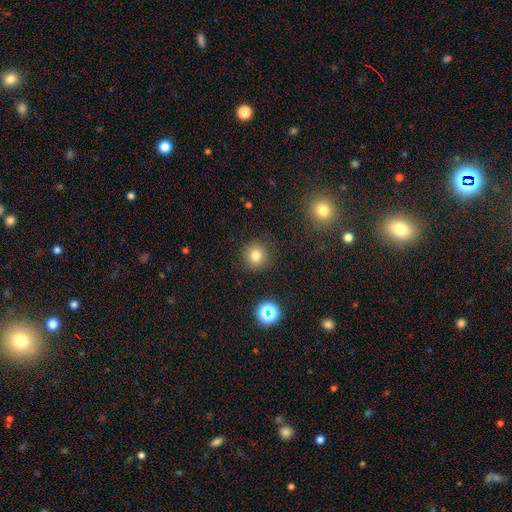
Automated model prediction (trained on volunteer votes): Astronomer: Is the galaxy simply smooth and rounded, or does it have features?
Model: smooth — 78%.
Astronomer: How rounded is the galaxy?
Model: round — 93%.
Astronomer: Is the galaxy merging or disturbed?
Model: none — 89%.